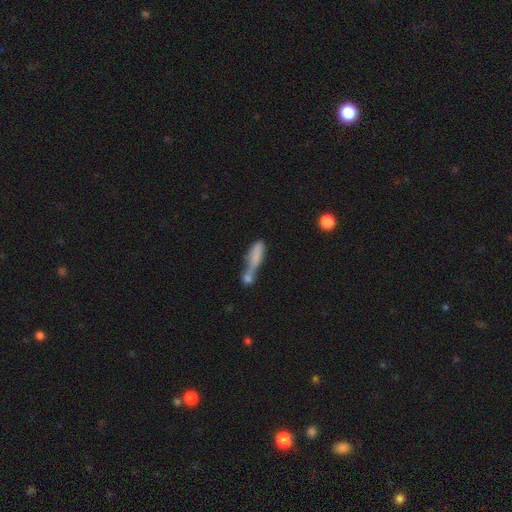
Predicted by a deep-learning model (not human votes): smooth_or_featured: smooth (p=0.72) [alt: featured or disk p=0.19]
how_rounded: cigar-shaped (p=0.55) [alt: in between p=0.41]
merging: merger (p=0.59) [alt: none p=0.18]